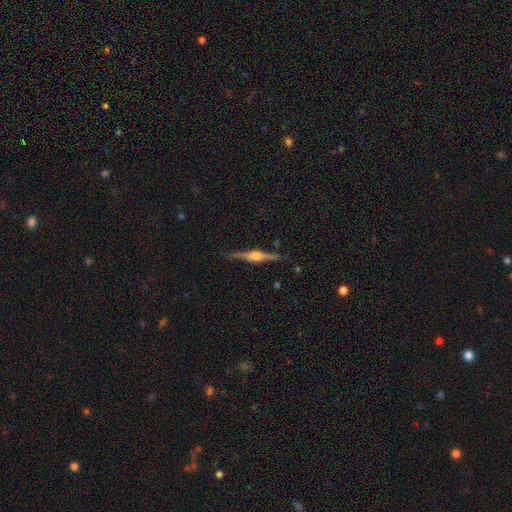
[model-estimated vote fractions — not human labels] This appears to be a featured or disk galaxy (83%) viewed edge-on (98%) with a rounded central bulge (82%). Merging: none (89%).